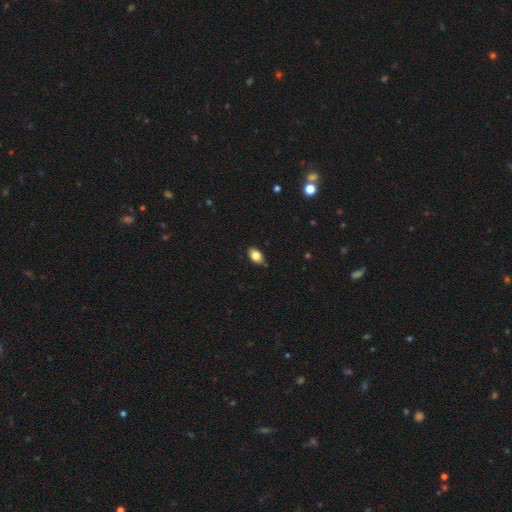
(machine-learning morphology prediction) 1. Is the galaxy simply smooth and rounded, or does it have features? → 82% smooth, 10% featured or disk, 8% star or artifact.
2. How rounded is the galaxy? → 87% in between, 11% round, 2% cigar-shaped.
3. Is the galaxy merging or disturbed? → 84% none, 13% minor disturbance, 2% major disturbance, 1% merger.